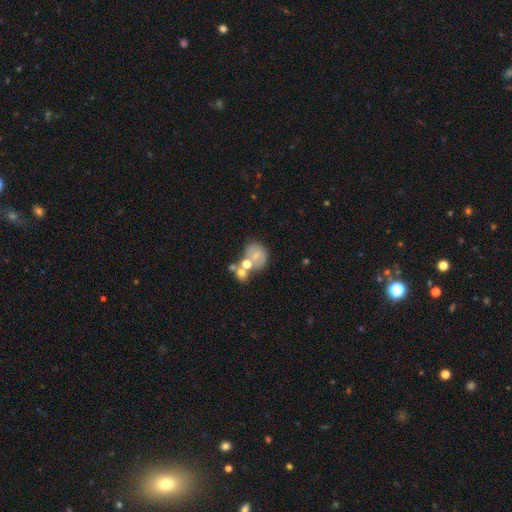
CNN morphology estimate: Overall: smooth (55%; featured or disk 32%). How rounded: round (65%; in between 34%). Merging: merger (40%; none 33%).